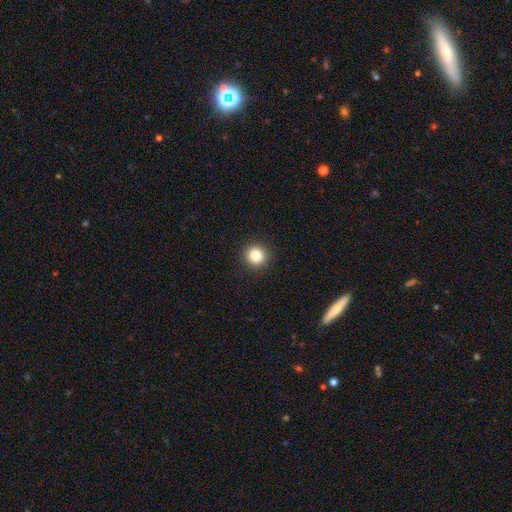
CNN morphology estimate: Smooth or featured? Predicted: smooth (p=0.83). How rounded? Predicted: round (p=0.94). Merging? Predicted: none (p=0.92).